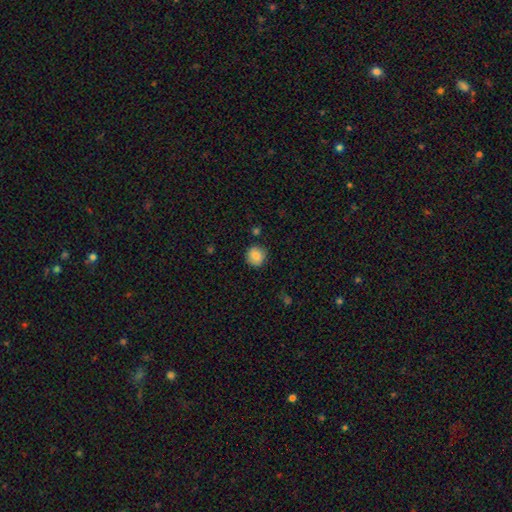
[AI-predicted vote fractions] Smooth or featured: smooth — 86% (star or artifact — 9%)
How rounded: round — 92% (in between — 7%)
Merging: none — 88% (minor disturbance — 8%)